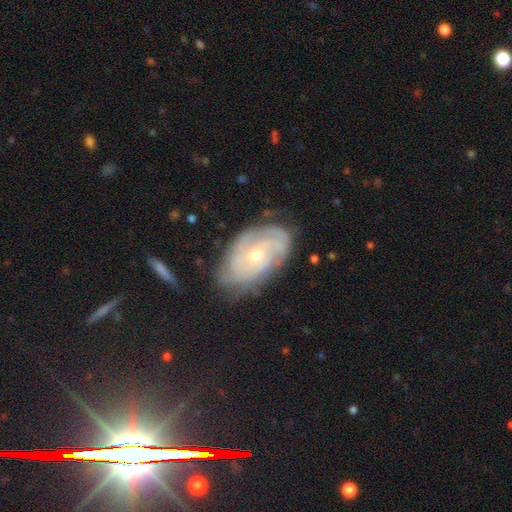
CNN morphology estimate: A featured or disk galaxy (79%) with no bar (75%), tight (70%) spiral arms (91%) and a small central bulge (52%). Merging: none (72%).